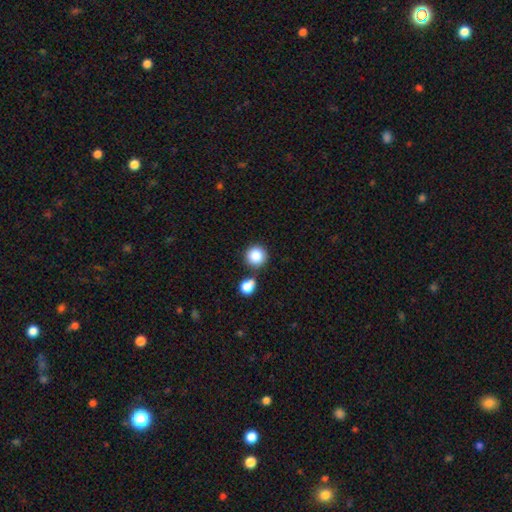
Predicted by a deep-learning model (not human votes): Morphology: type=smooth (86%); roundness=round (93%); merging=none (75%).